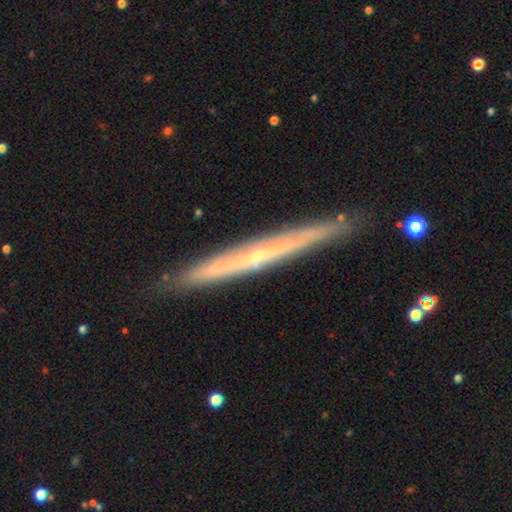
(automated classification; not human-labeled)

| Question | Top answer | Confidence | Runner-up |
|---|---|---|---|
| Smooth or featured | featured or disk | 70% | smooth (24%) |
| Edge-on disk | yes | 93% | no (7%) |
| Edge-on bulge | none | 66% | rounded (31%) |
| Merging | none | 87% | minor disturbance (10%) |